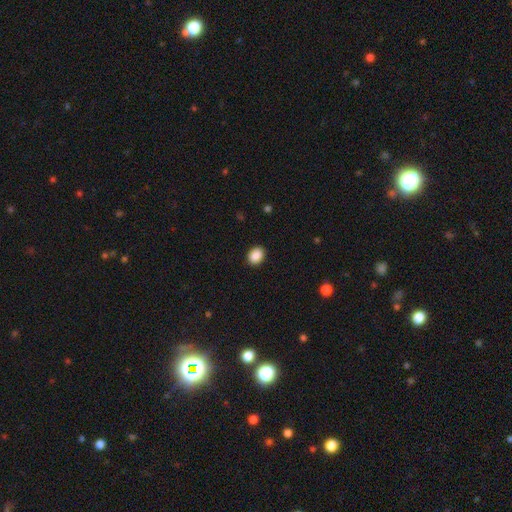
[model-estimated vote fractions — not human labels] Smooth or featured? smooth (89%)
How rounded? in between (64%)
Merging? none (90%)